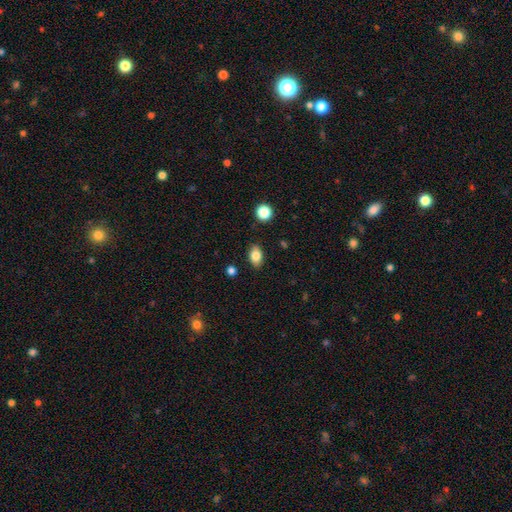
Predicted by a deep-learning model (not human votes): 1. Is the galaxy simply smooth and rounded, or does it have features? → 83% smooth, 9% star or artifact, 8% featured or disk.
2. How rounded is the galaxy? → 85% in between, 13% round, 2% cigar-shaped.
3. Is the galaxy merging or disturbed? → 86% none, 10% minor disturbance, 2% major disturbance, 2% merger.